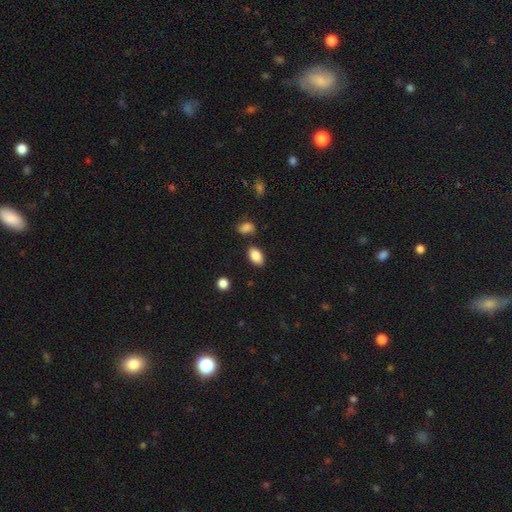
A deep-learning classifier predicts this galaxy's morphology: This is clearly a smooth galaxy (86%). How rounded: clearly in between (90%). Merging: clearly none (82%).